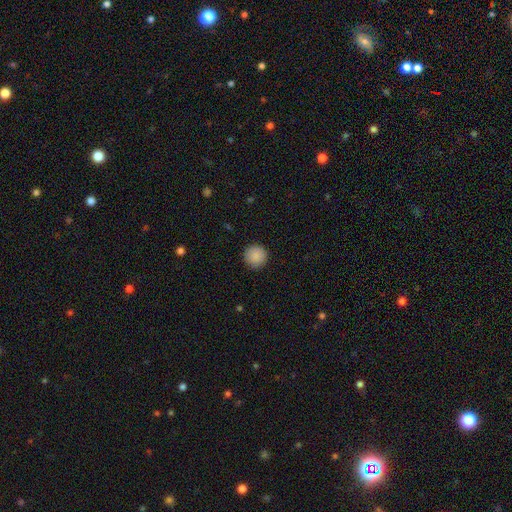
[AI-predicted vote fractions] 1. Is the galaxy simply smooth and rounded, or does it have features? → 89% smooth, 8% star or artifact, 4% featured or disk.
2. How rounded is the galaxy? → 96% round, 3% in between, 1% cigar-shaped.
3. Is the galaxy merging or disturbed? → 91% none, 6% minor disturbance, 2% major disturbance, 1% merger.